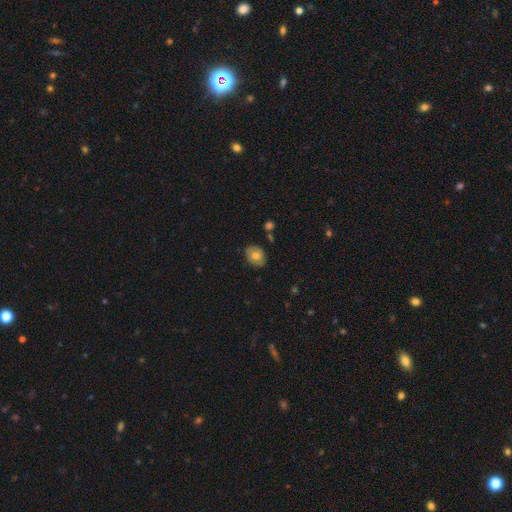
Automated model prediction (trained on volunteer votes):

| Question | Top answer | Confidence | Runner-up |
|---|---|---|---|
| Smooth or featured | smooth | 66% | featured or disk (25%) |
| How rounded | in between | 58% | round (41%) |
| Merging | none | 81% | minor disturbance (14%) |